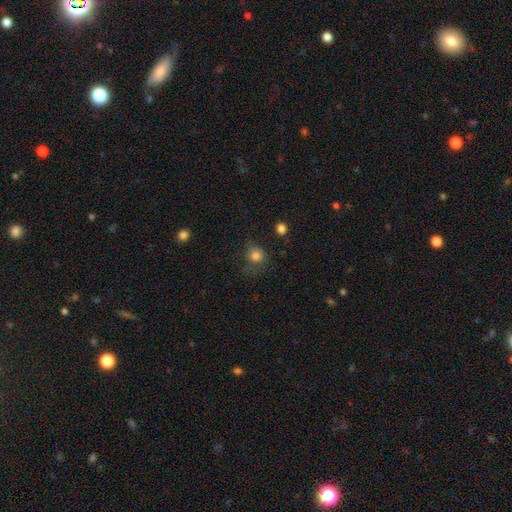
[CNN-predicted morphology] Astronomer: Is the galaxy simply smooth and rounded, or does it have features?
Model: smooth — 80%.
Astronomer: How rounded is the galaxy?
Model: round — 80%.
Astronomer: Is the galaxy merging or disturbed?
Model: none — 62%.